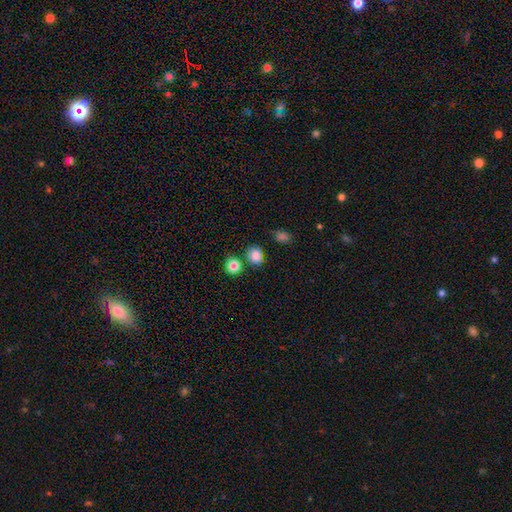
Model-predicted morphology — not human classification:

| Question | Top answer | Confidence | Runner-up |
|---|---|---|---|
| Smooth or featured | smooth | 85% | star or artifact (12%) |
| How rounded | round | 77% | in between (22%) |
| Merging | none | 77% | merger (10%) |